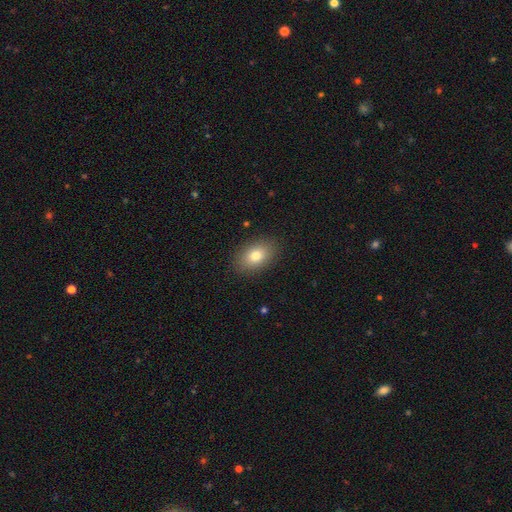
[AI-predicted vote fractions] smooth 78%, featured or disk 12%, star or artifact 9%. Down the decision tree: how rounded — in between (84%); merging — none (88%).